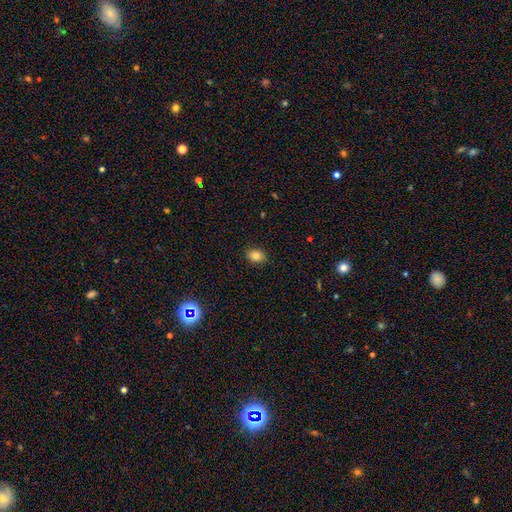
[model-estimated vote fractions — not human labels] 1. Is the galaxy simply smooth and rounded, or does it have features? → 84% smooth, 10% star or artifact, 6% featured or disk.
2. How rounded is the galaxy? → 67% in between, 32% round, 1% cigar-shaped.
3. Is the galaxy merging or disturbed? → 86% none, 10% minor disturbance, 2% major disturbance, 1% merger.